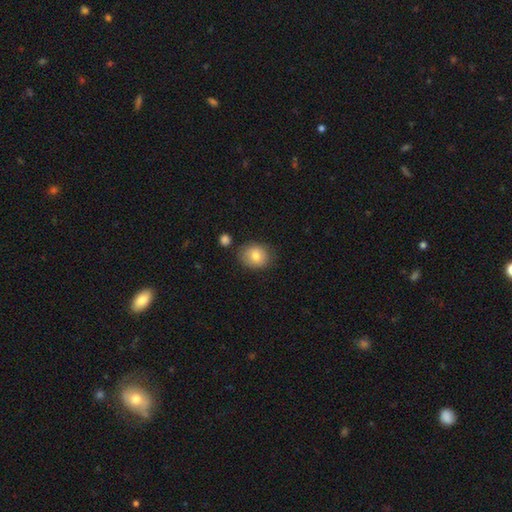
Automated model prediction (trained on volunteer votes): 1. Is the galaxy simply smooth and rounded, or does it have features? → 79% smooth, 12% featured or disk, 9% star or artifact.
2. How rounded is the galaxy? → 60% round, 39% in between, 1% cigar-shaped.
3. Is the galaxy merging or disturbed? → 75% none, 16% minor disturbance, 5% merger, 4% major disturbance.